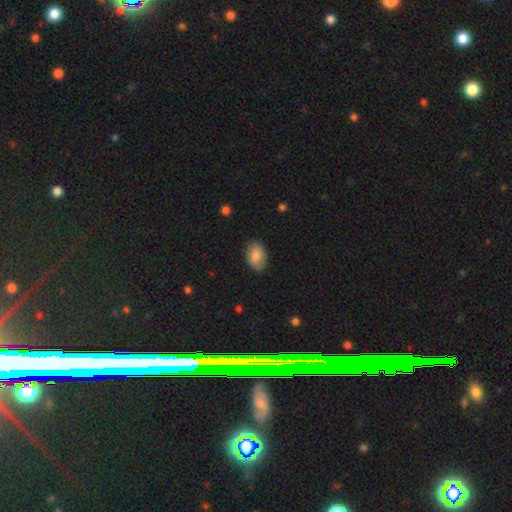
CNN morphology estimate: A smooth galaxy with no disk features (82%) that is in between round and cigar-shaped (87%). Merging: none (84%).